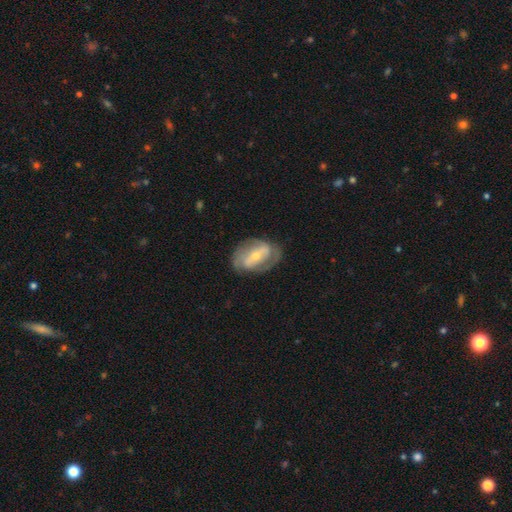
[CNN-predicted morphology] The model was most divided on "spiral winding": tight: 42%, medium: 40%, loose: 19%. More confident: edge-on disk — no (94%); spiral arms — yes (77%); smooth or featured — featured or disk (75%); merging — none (71%); spiral arm count — 2 (71%); bulge size — small (53%); bar — strong (52%).